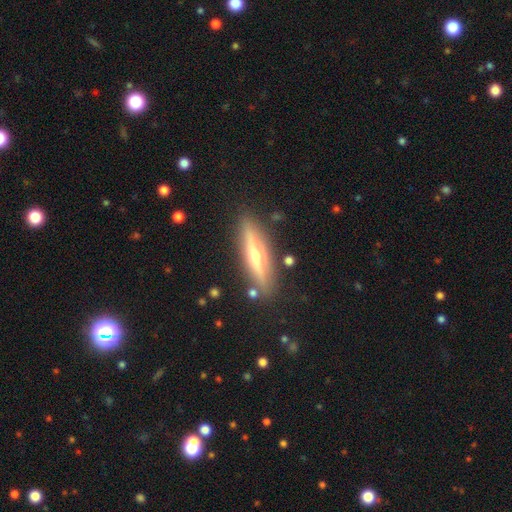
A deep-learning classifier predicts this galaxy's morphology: smooth_or_featured: featured or disk (p=0.61) [alt: smooth p=0.31]
disk_edge_on: yes (p=0.90) [alt: no p=0.10]
edge_on_bulge: rounded (p=0.87) [alt: none p=0.09]
merging: none (p=0.85) [alt: minor disturbance p=0.10]